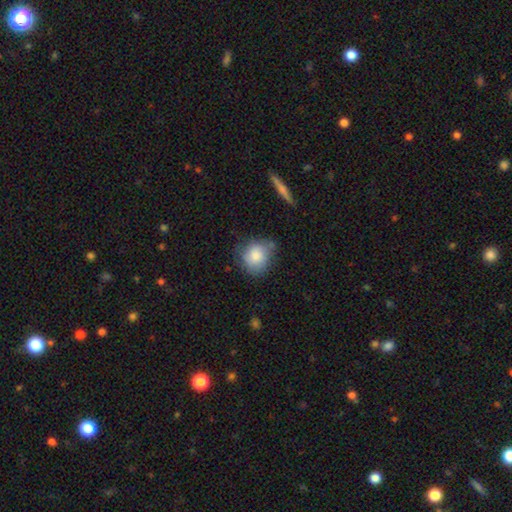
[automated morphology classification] type=smooth (81%); roundness=round (74%); merging=none (61%).